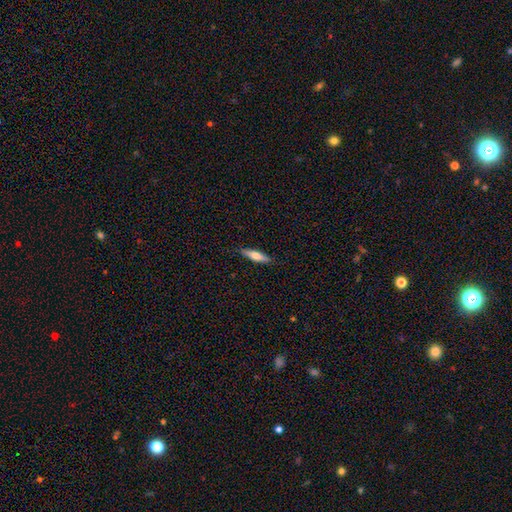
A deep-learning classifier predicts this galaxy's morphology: smooth 60%, featured or disk 34%, star or artifact 6%. Down the decision tree: how rounded — cigar-shaped (71%); merging — none (87%).